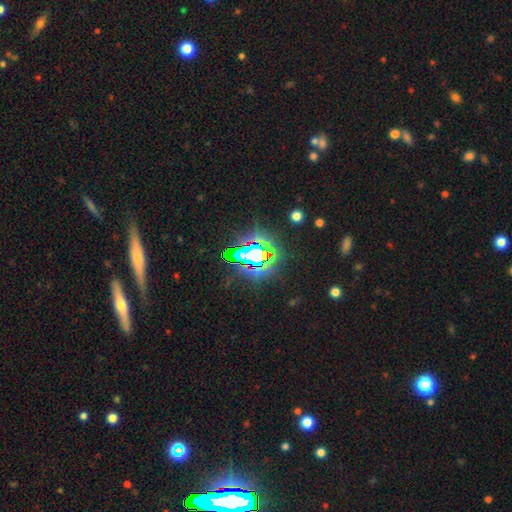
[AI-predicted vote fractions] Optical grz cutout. It shows a star or artifact, not a galaxy (73%).